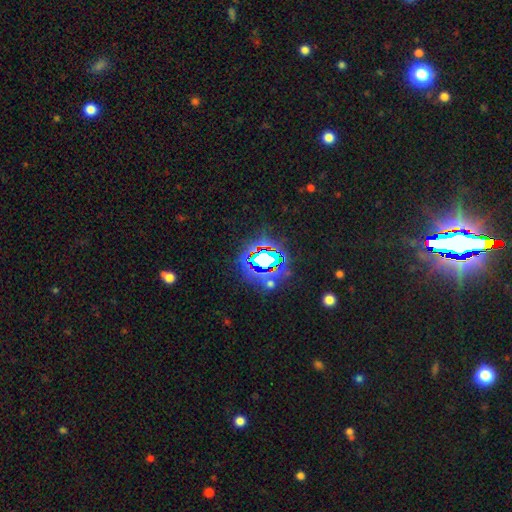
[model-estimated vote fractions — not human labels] Morphology: type=star or artifact (72%).